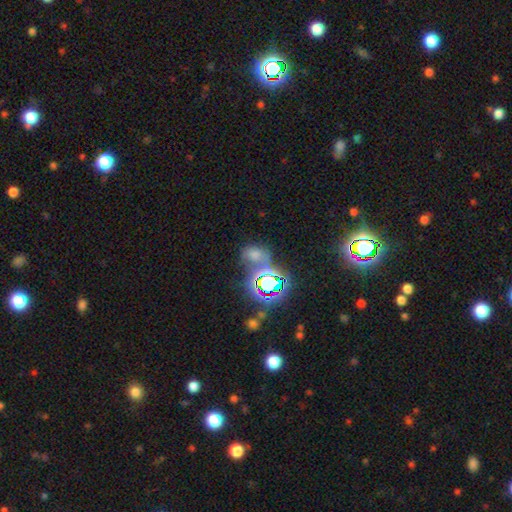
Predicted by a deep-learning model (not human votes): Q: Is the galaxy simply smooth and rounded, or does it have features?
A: smooth — 46%.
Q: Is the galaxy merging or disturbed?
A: none — 48%.